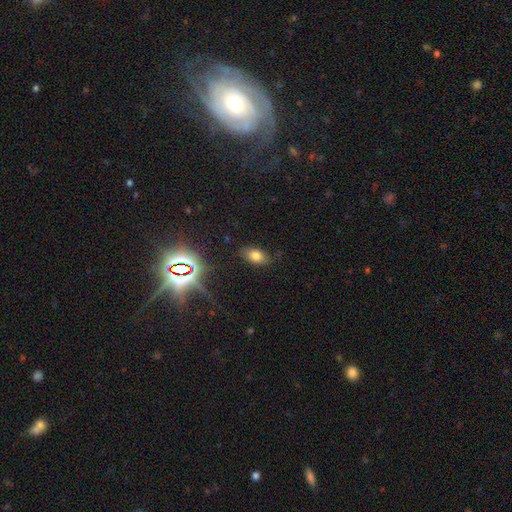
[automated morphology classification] Smooth or featured? Predicted: smooth (p=0.72). How rounded? Predicted: in between (p=0.89). Merging? Predicted: none (p=0.80).